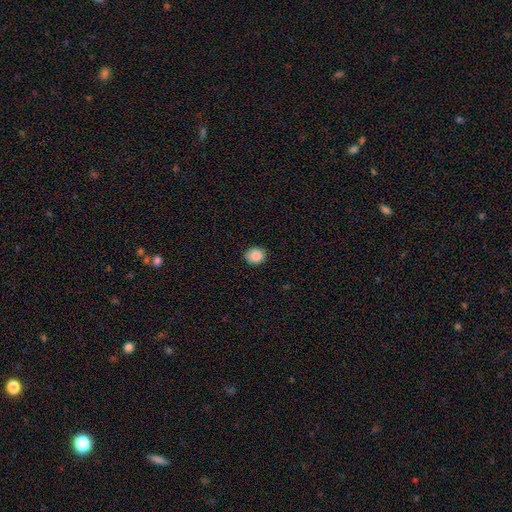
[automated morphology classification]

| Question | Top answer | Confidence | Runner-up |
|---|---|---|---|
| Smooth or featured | smooth | 87% | star or artifact (9%) |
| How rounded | round | 77% | in between (22%) |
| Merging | none | 84% | minor disturbance (13%) |